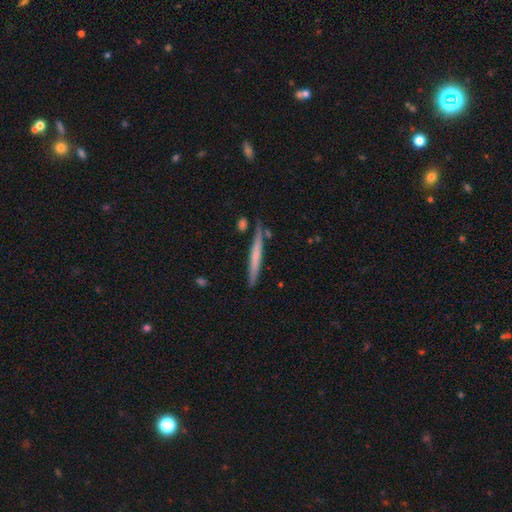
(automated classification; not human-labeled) Smooth or featured: smooth — 53% (featured or disk — 41%)
How rounded: cigar-shaped — 96% (in between — 3%)
Merging: none — 83% (minor disturbance — 11%)